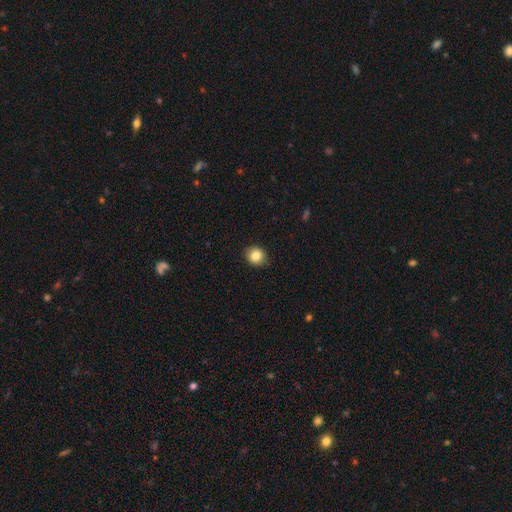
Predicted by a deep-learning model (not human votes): This appears to be a smooth galaxy with no disk features (83%) that is round (77%). Merging: none (90%).